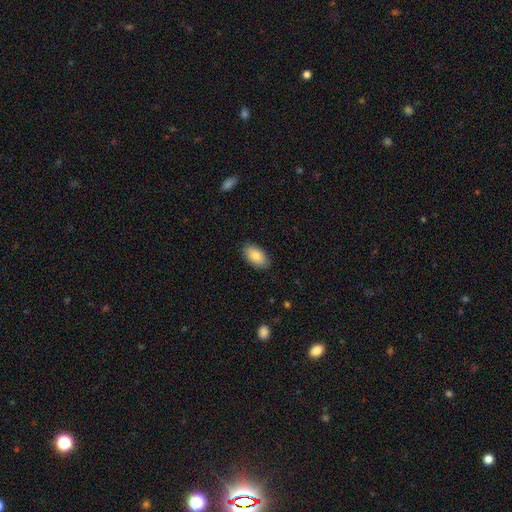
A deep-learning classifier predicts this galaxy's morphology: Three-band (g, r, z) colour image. It shows a smooth galaxy with no disk features (84%) that is in between round and cigar-shaped (95%). Merging: none (87%).